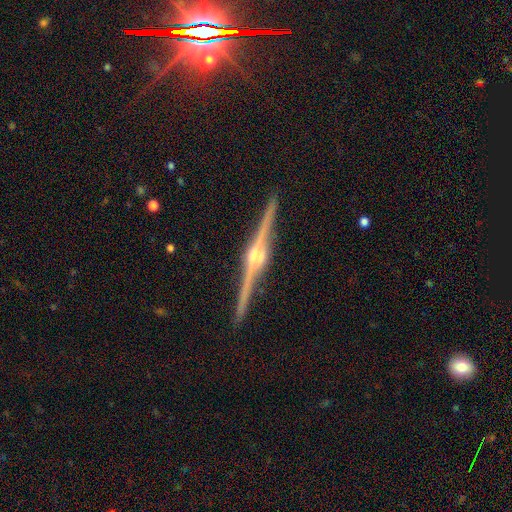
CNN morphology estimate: type=featured or disk (91%); edge-on=yes (99%); edge-on bulge=rounded (91%); merging=none (93%).